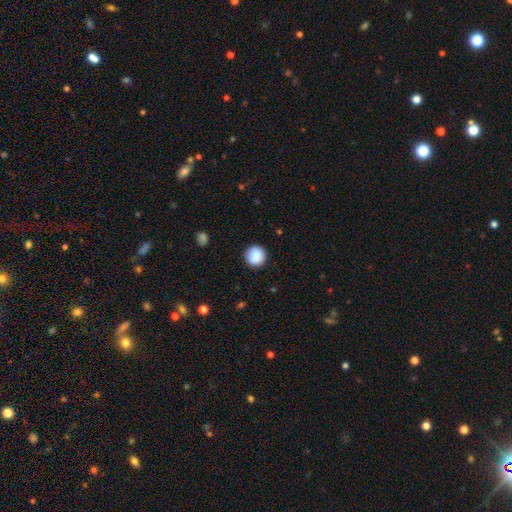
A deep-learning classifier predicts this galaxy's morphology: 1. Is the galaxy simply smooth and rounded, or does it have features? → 88% smooth, 8% star or artifact, 4% featured or disk.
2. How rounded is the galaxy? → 95% round, 4% in between, 1% cigar-shaped.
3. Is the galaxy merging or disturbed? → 91% none, 6% minor disturbance, 2% major disturbance, 1% merger.